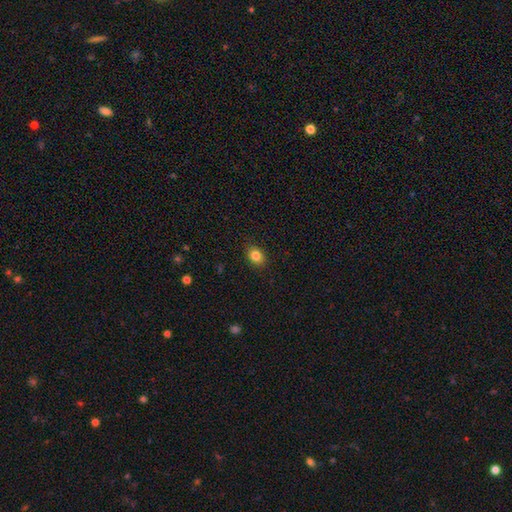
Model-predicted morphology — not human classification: Smooth or featured?
  - smooth: 84% *
  - star or artifact: 10%
  - featured or disk: 6%
How rounded?
  - in between: 57% *
  - round: 42%
  - cigar-shaped: 1%
Merging?
  - none: 88% *
  - minor disturbance: 9%
  - major disturbance: 2%
  - merger: 1%